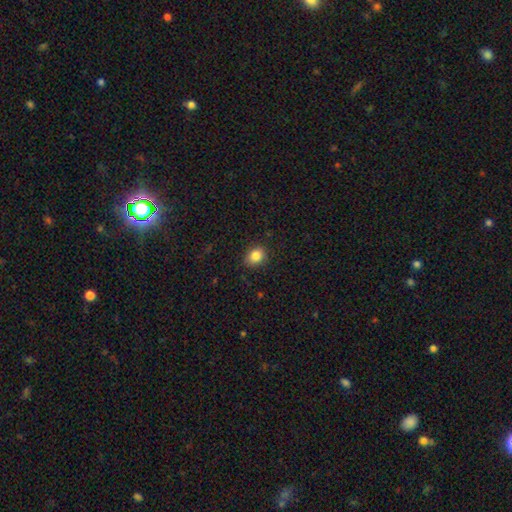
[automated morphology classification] smooth 86%, star or artifact 10%, featured or disk 5%. Down the decision tree: how rounded — round (50%); merging — none (85%).